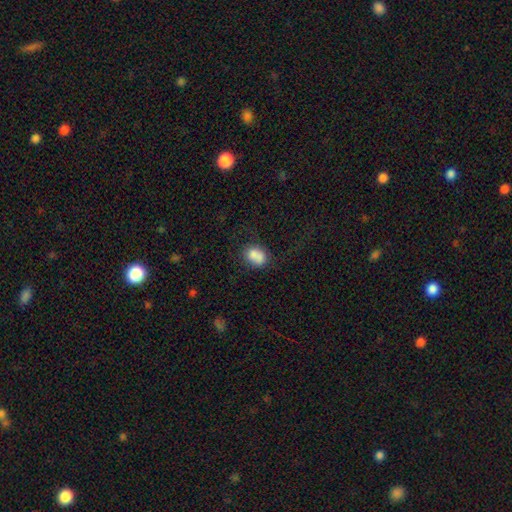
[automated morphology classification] Overall: smooth (78%). How rounded: in between (59%; round 40%). Merging: none (48%; minor disturbance 21%).